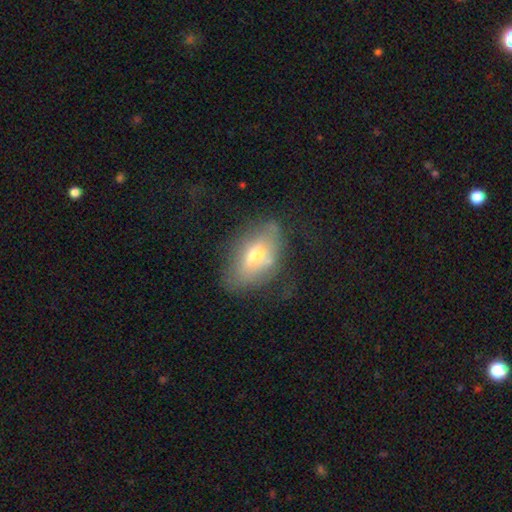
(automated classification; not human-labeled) smooth-or-featured: smooth: 53% | featured or disk: 37% | star or artifact: 9%
  how-rounded: in between: 87% | round: 8% | cigar-shaped: 5%
  merging: none: 51% | minor disturbance: 28% | major disturbance: 17% | merger: 4%